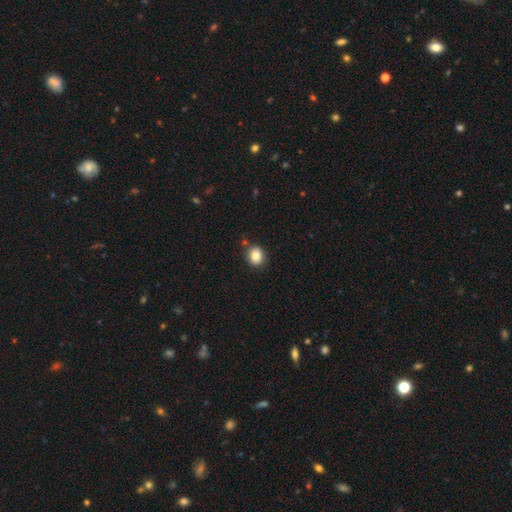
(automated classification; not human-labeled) This is clearly a smooth galaxy (85%). How rounded: likely round (72%). Merging: clearly none (82%).